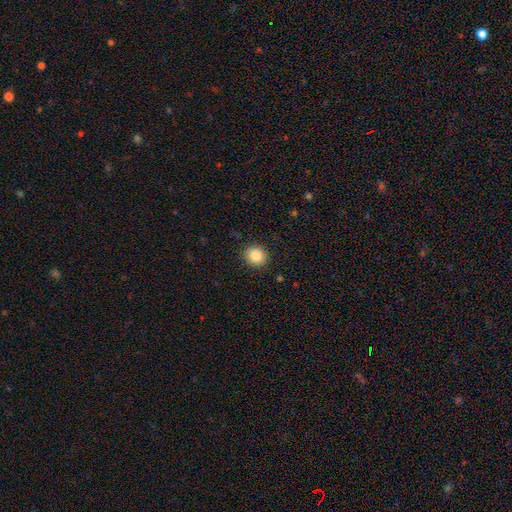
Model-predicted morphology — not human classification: smooth 85%, star or artifact 9%, featured or disk 5%. Down the decision tree: how rounded — round (84%); merging — none (90%).